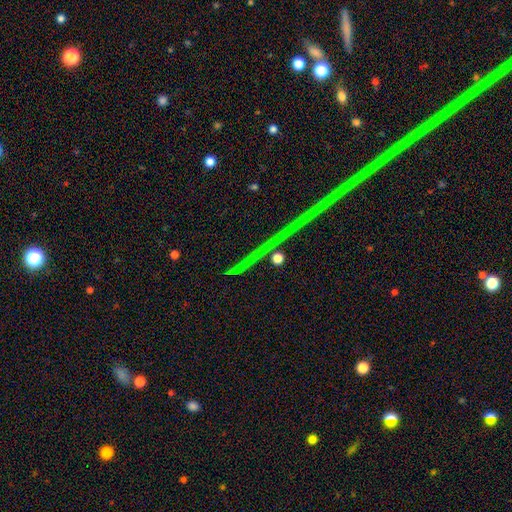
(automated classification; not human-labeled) Morphology: type=star or artifact (84%).